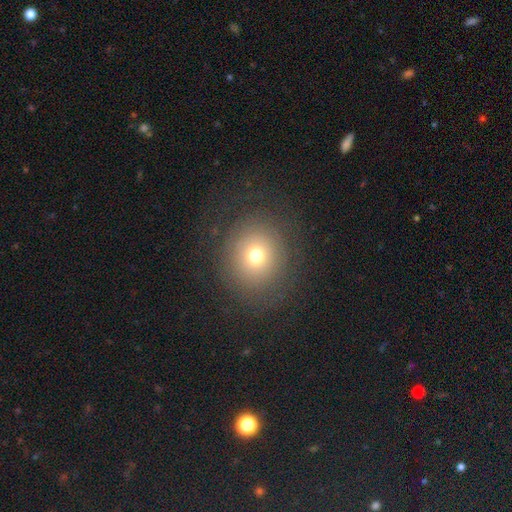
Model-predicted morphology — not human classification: The model was most divided on "smooth or featured": smooth: 67%, featured or disk: 17%, star or artifact: 16%. More confident: how rounded — round (86%); merging — none (82%).